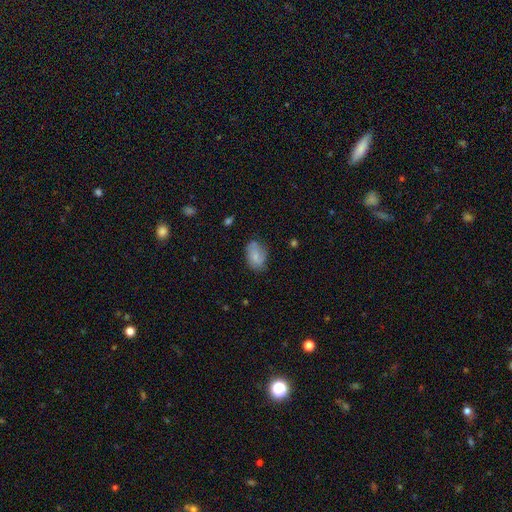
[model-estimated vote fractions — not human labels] smooth 70%, featured or disk 23%, star or artifact 8%. Down the decision tree: how rounded — in between (86%); merging — none (67%).